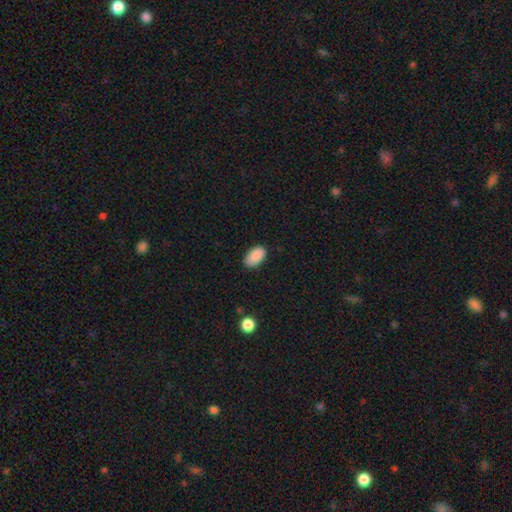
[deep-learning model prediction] smooth_or_featured: smooth (p=0.89) [alt: star or artifact p=0.07]
how_rounded: in between (p=0.94) [alt: round p=0.04]
merging: none (p=0.83) [alt: minor disturbance p=0.13]